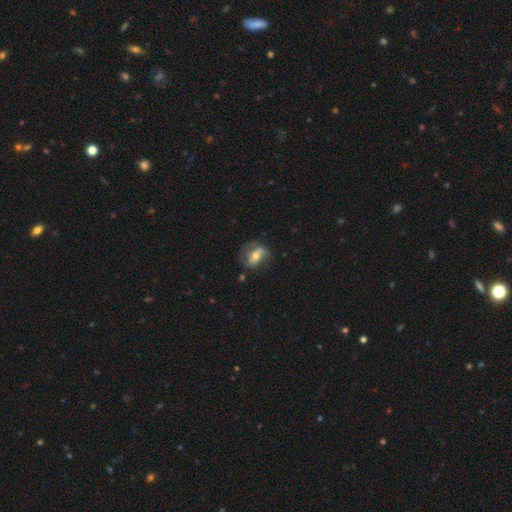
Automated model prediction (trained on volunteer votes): The model was most divided on "bar": no: 43%, weak: 33%, strong: 25%. More confident: edge-on disk — no (95%); spiral arms — yes (76%); bulge size — moderate (65%); smooth or featured — featured or disk (58%); merging — none (56%).